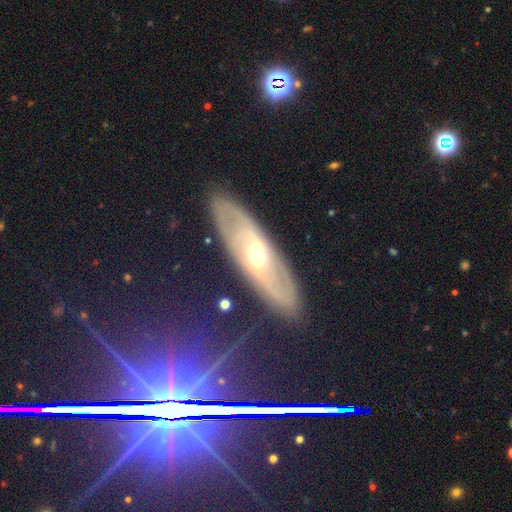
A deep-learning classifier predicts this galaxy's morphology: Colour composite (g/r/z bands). It shows a featured or disk galaxy (72%) with a weak bar (42%), spiral arms (77%) and a moderate central bulge (61%). Merging: none (85%).